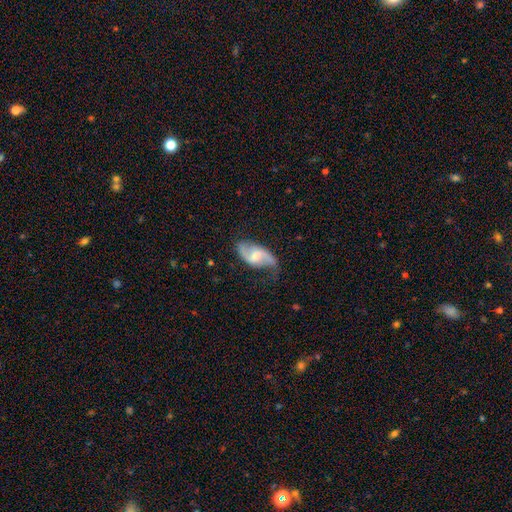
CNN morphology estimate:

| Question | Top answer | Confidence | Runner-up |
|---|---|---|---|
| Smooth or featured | featured or disk | 78% | smooth (17%) |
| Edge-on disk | no | 96% | yes (4%) |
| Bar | weak | 52% | no (33%) |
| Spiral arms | yes | 94% | no (6%) |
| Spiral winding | loose | 67% | medium (26%) |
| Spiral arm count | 2 | 91% | can't tell (3%) |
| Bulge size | moderate | 49% | small (37%) |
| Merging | none | 68% | minor disturbance (22%) |